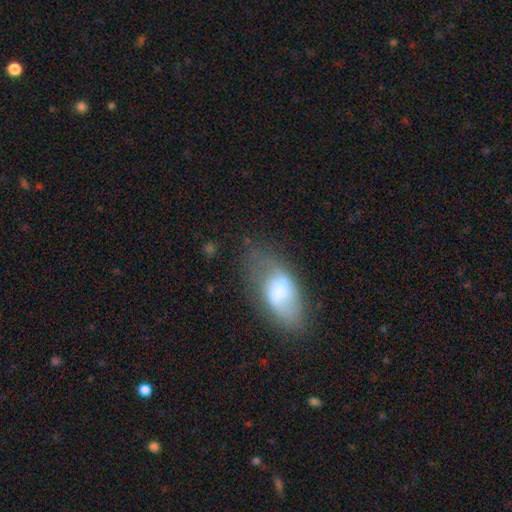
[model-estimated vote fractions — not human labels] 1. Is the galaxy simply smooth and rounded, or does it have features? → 54% smooth, 37% featured or disk, 9% star or artifact.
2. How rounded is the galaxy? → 87% in between, 8% cigar-shaped, 5% round.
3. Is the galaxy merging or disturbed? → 55% none, 28% minor disturbance, 14% major disturbance, 3% merger.